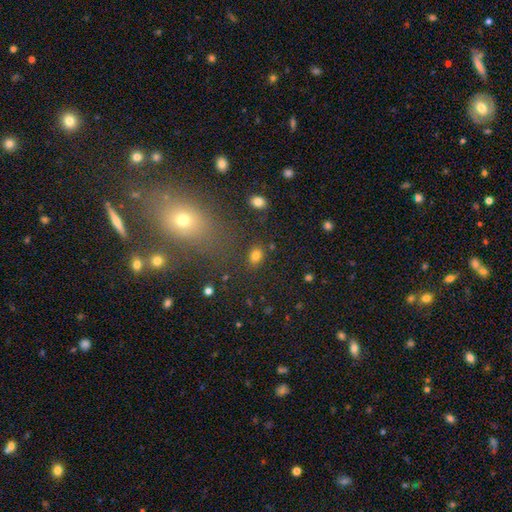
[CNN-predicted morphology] The model was most divided on "how rounded": in between: 71%, round: 28%, cigar-shaped: 2%. More confident: merging — none (83%); smooth or featured — smooth (80%).